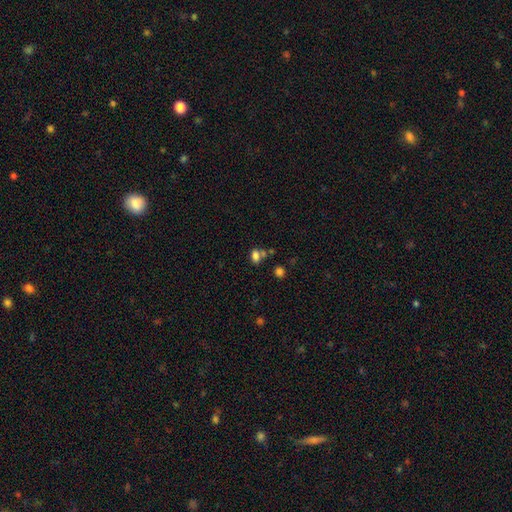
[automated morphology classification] Smooth or featured? Predicted: smooth (p=0.76). How rounded? Predicted: in between (p=0.75). Merging? Predicted: none (p=0.49).